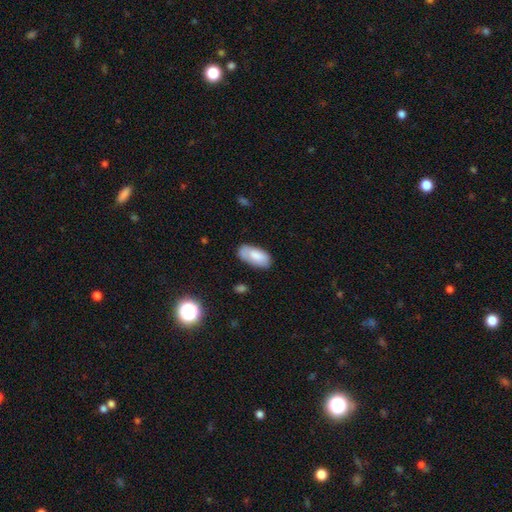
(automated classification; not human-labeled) Smooth or featured: smooth — 79% (featured or disk — 14%)
How rounded: in between — 92% (cigar-shaped — 6%)
Merging: none — 68% (minor disturbance — 24%)